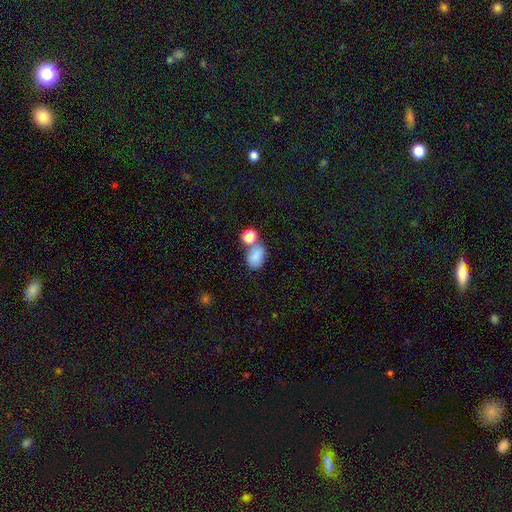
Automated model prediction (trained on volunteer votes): This appears to be a smooth galaxy with no disk features (82%) that is in between round and cigar-shaped (80%). Merging: none (46%).